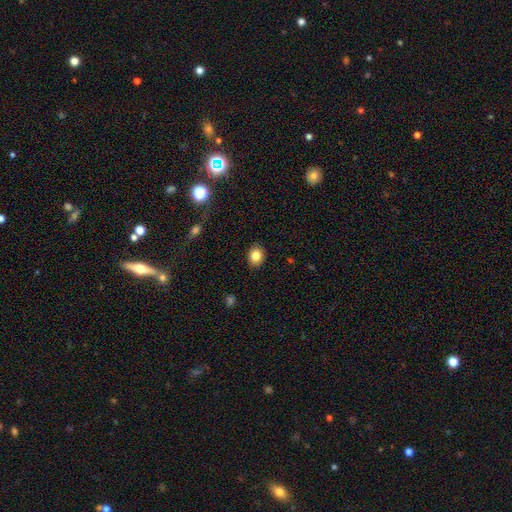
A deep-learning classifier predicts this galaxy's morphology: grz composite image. It shows a smooth galaxy with no disk features (82%) that is round (54%). Merging: none (90%).